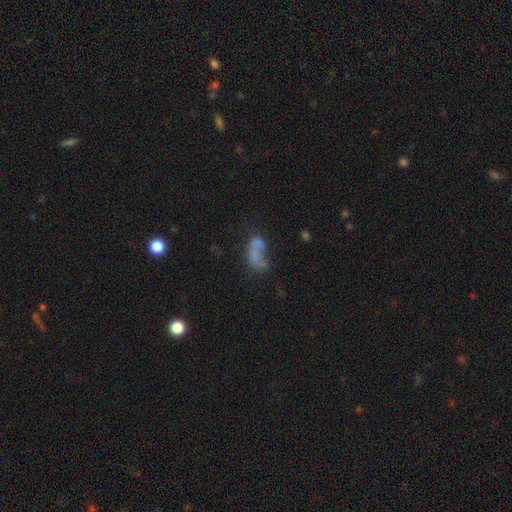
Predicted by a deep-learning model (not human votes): Smooth or featured: smooth — 56% (featured or disk — 30%)
How rounded: in between — 85% (round — 8%)
Merging: major disturbance — 33% (none — 29%)